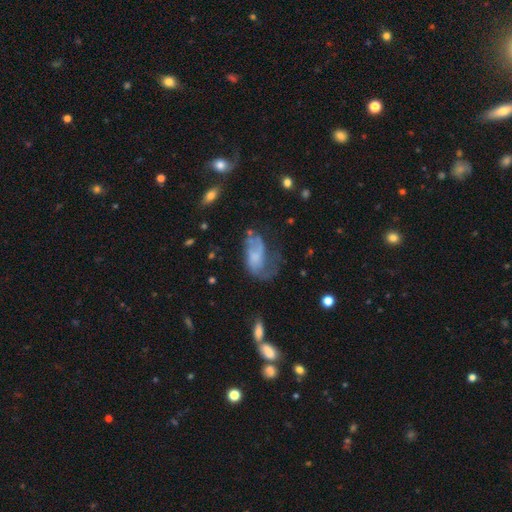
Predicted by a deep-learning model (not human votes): The model was most divided on "smooth or featured": featured or disk: 52%, smooth: 37%, star or artifact: 11%. Remaining: edge-on disk — no (95%); merging — major disturbance (44%).